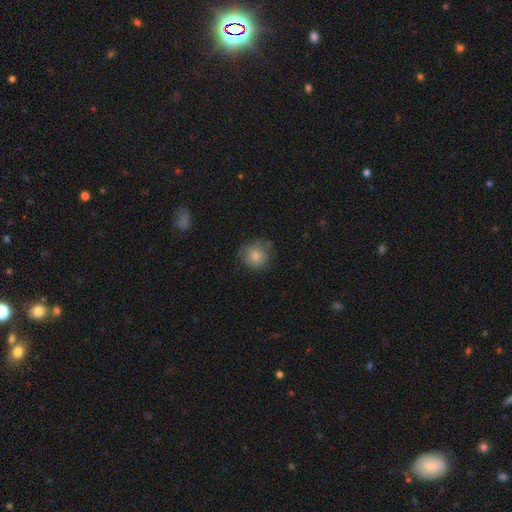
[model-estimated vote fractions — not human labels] Smooth or featured?
  - smooth: 79% *
  - featured or disk: 12%
  - star or artifact: 8%
How rounded?
  - round: 89% *
  - in between: 10%
  - cigar-shaped: 1%
Merging?
  - none: 69% *
  - minor disturbance: 22%
  - major disturbance: 7%
  - merger: 2%